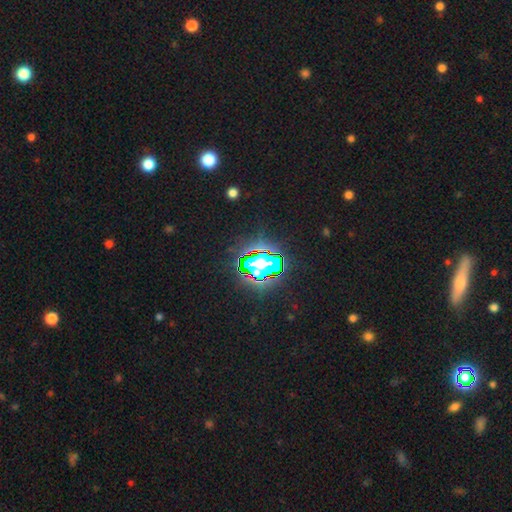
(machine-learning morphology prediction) A star or artifact, not a galaxy (81%).

Vote fractions:
- Smooth or featured? star or artifact: 81% / smooth: 11% / featured or disk: 7%